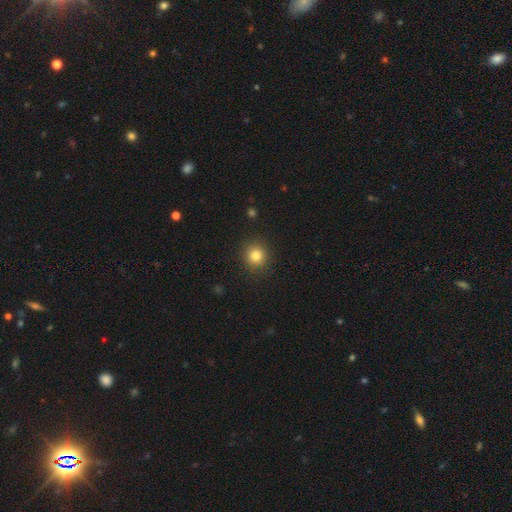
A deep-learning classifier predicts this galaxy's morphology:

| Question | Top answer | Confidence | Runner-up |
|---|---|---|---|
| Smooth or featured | smooth | 82% | star or artifact (12%) |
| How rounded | round | 92% | in between (7%) |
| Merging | none | 91% | minor disturbance (6%) |